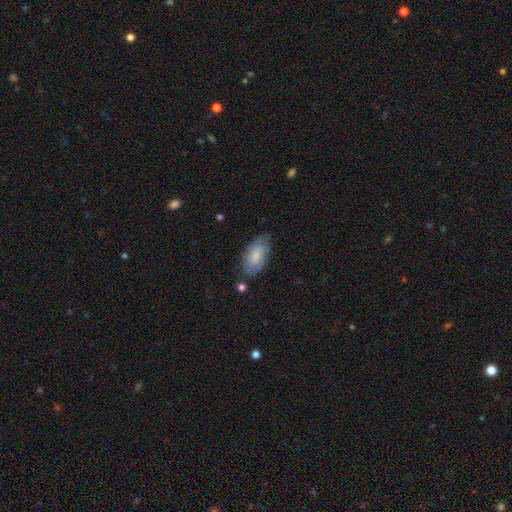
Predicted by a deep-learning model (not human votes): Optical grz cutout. It shows a smooth galaxy with no disk features (67%) that is in between round and cigar-shaped (92%). Merging: none (69%).